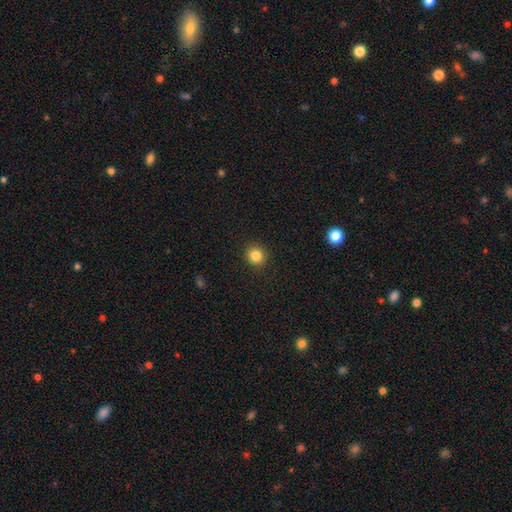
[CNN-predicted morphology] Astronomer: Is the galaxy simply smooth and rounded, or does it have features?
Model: smooth — 84%.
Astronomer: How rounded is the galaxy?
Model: round — 90%.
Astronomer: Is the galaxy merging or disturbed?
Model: none — 92%.